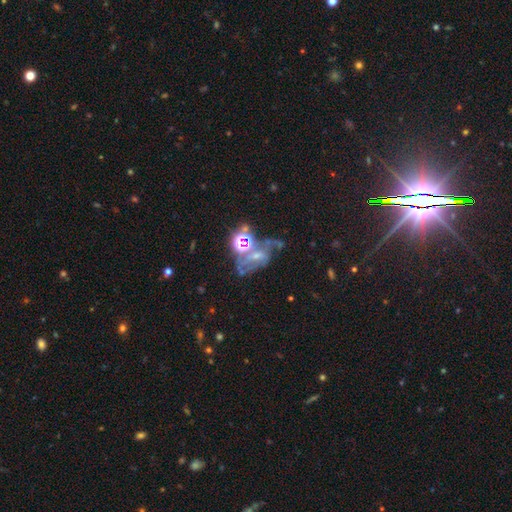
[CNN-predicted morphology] This is possibly a featured or disk galaxy (50%). It is clearly not viewed edge-on (96%). Merging: marginally major disturbance (32%).